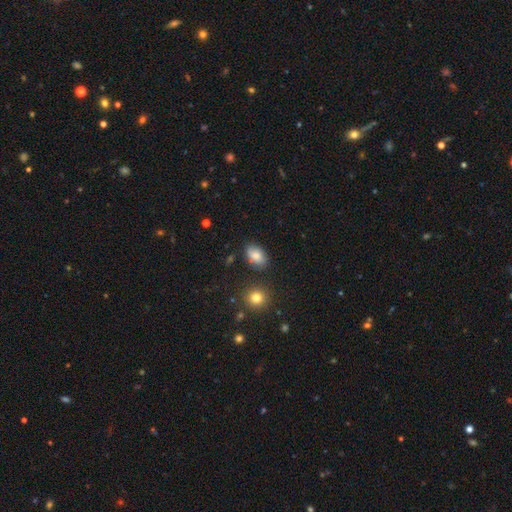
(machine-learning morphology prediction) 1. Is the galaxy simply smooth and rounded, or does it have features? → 80% smooth, 11% featured or disk, 9% star or artifact.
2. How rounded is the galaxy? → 88% in between, 10% round, 2% cigar-shaped.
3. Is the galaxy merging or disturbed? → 78% none, 15% minor disturbance, 3% major disturbance, 3% merger.